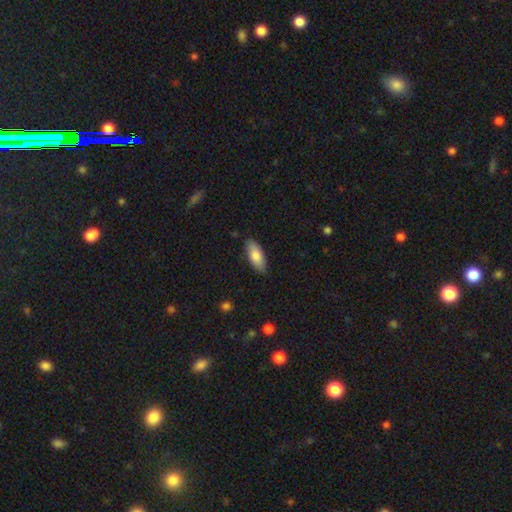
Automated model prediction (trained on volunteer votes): smooth 80%, featured or disk 14%, star or artifact 6%. Down the decision tree: how rounded — in between (79%); merging — none (86%).